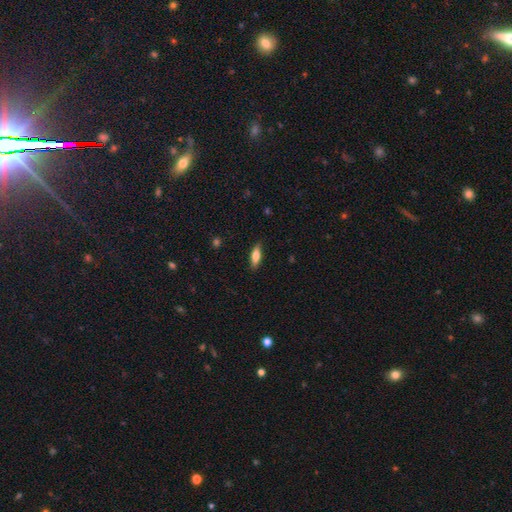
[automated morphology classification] Smooth or featured?
  - smooth: 74% *
  - featured or disk: 19%
  - star or artifact: 6%
How rounded?
  - in between: 59% *
  - cigar-shaped: 39%
  - round: 2%
Merging?
  - none: 84% *
  - minor disturbance: 12%
  - major disturbance: 2%
  - merger: 1%